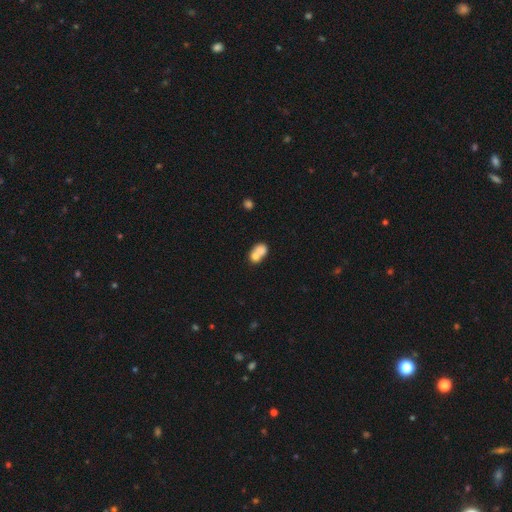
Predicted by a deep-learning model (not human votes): Smooth or featured: smooth — 71% (featured or disk — 20%)
How rounded: in between — 55% (round — 44%)
Merging: merger — 69% (none — 21%)